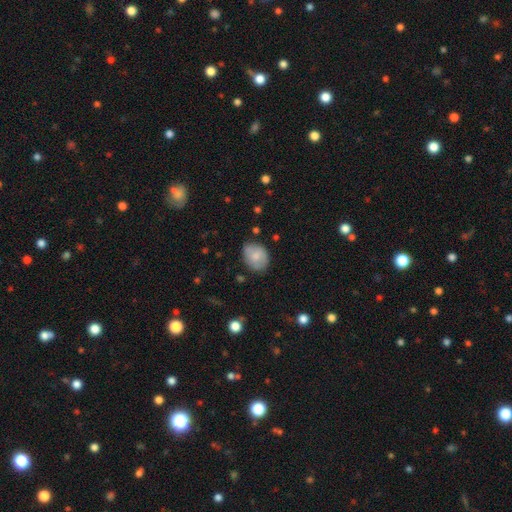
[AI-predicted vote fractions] A smooth galaxy with no disk features (72%) that is in between round and cigar-shaped (57%).

Vote fractions:
- Smooth or featured? smooth: 72% / featured or disk: 20% / star or artifact: 7%
- How rounded? in between: 57% / round: 42% / cigar-shaped: 1%
- Merging? none: 72% / minor disturbance: 21% / major disturbance: 5% / merger: 2%